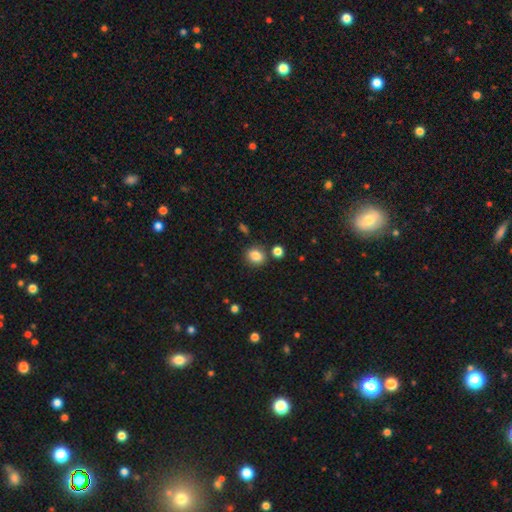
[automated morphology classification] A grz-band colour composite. It shows a smooth galaxy with no disk features (84%) that is round (63%). Merging: none (79%).